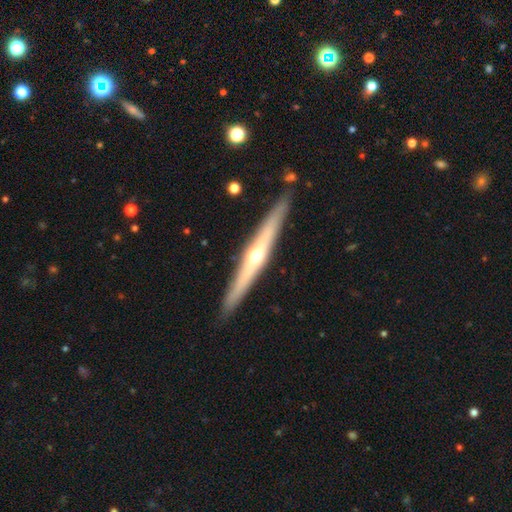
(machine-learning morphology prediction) This appears to be a featured or disk galaxy (72%) viewed edge-on (96%) with a rounded central bulge (83%). Merging: none (90%).